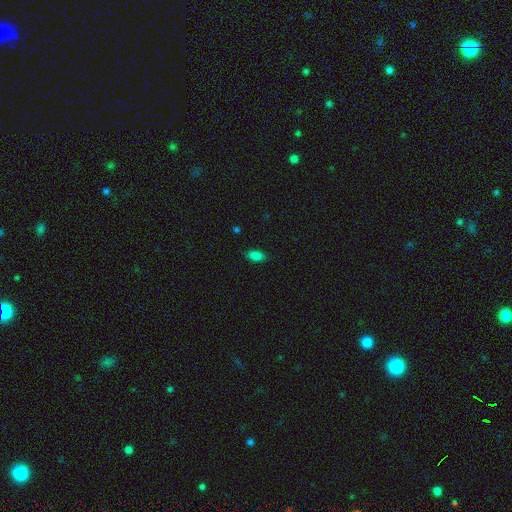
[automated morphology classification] This appears to be a smooth galaxy with no disk features (84%) that is in between round and cigar-shaped (91%). Merging: none (86%).